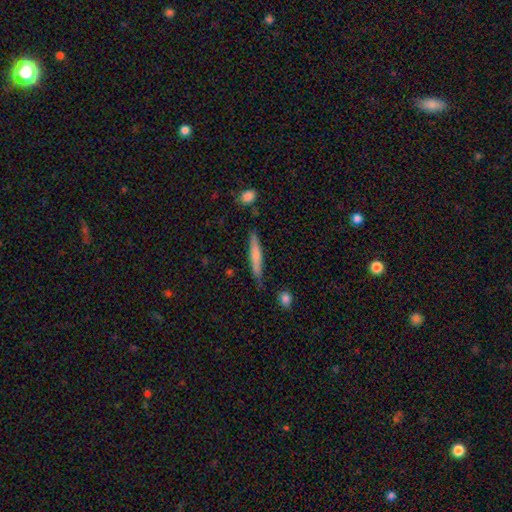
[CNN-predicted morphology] smooth-or-featured: smooth: 64% | featured or disk: 30% | star or artifact: 6%
  how-rounded: cigar-shaped: 94% | in between: 5% | round: 1%
  merging: none: 80% | minor disturbance: 15% | merger: 3% | major disturbance: 3%